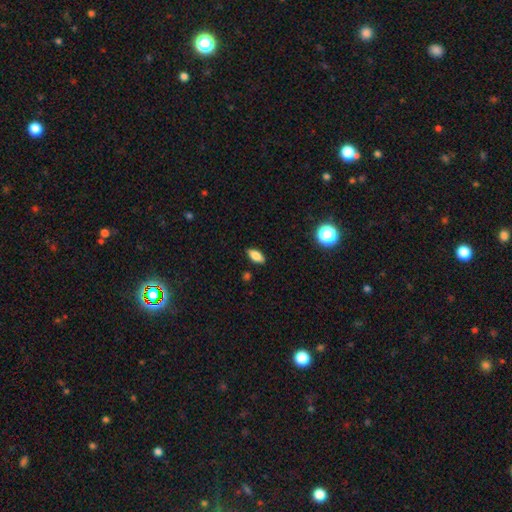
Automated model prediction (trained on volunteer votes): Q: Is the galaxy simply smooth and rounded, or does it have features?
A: smooth — 81%.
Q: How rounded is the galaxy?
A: in between — 86%.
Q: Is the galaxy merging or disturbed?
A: none — 87%.